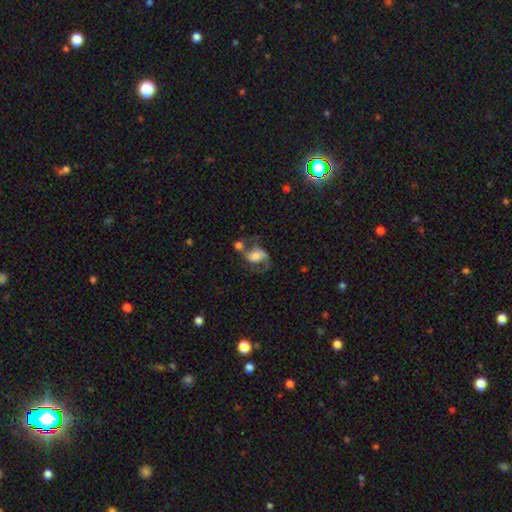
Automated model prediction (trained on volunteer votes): Overall: featured or disk (65%; smooth 26%). Edge-on disk: no (97%). Bar: no (56%; weak 32%). Spiral arms: yes (88%). Spiral arm count: 2 (75%). Spiral winding: loose (47%; medium 42%). Bulge size: moderate (40%; small 24%). Merging: none (33%; merger 26%).